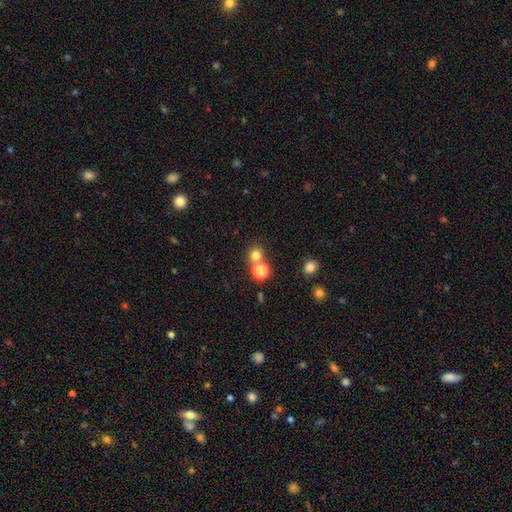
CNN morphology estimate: This is likely a smooth galaxy (75%). How rounded: clearly round (83%). Merging: likely none (65%).